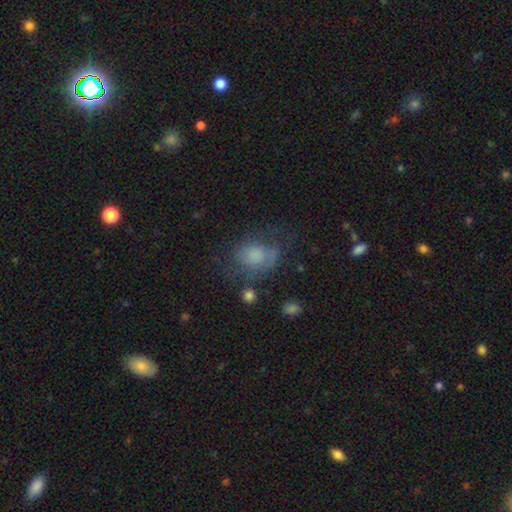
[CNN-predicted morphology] The model was most divided on "how rounded": in between: 56%, round: 43%, cigar-shaped: 1%. Remaining: smooth or featured — smooth (65%); merging — none (43%).